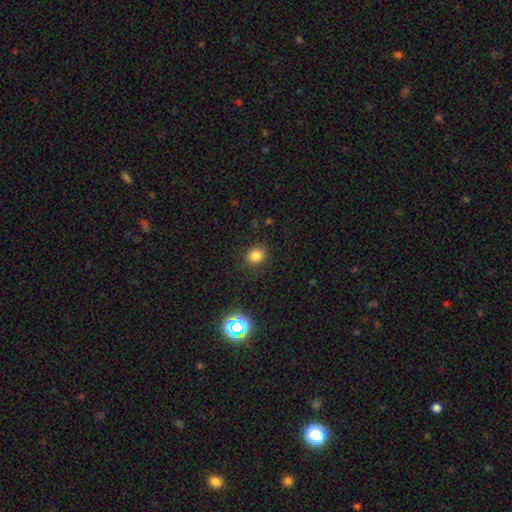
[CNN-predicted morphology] smooth_or_featured: smooth (p=0.81) [alt: star or artifact p=0.14]
how_rounded: round (p=0.73) [alt: in between p=0.26]
merging: none (p=0.87) [alt: minor disturbance p=0.09]